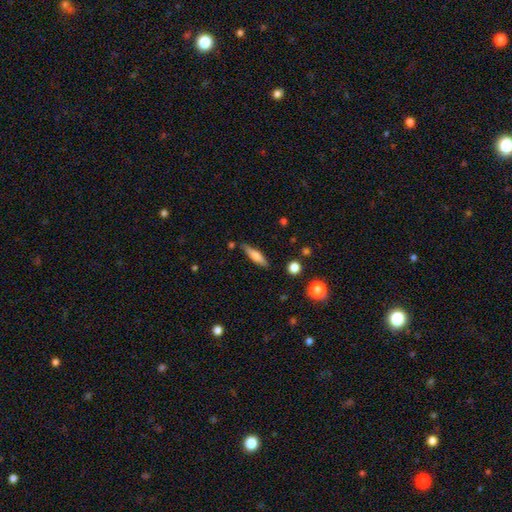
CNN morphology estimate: smooth 54%, featured or disk 39%, star or artifact 7%. Down the decision tree: how rounded — cigar-shaped (75%); merging — none (83%).